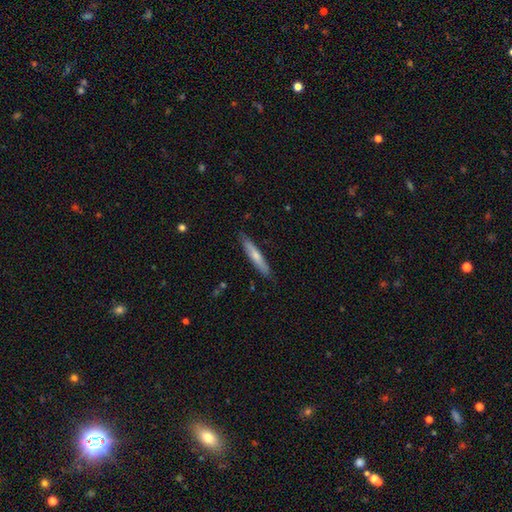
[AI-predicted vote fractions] The model was most divided on "smooth or featured": smooth: 61%, featured or disk: 33%, star or artifact: 5%. More confident: how rounded — cigar-shaped (92%); merging — none (87%).